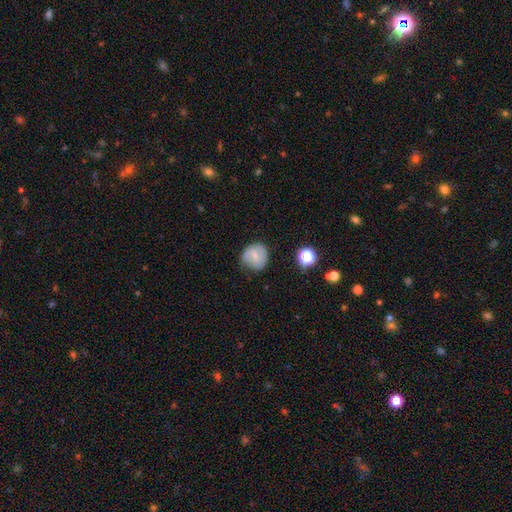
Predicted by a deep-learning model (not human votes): Q: Smooth or featured?
A: smooth (60%); runner-up: featured or disk (31%)
Q: How rounded?
A: round (84%); runner-up: in between (15%)
Q: Merging?
A: none (68%); runner-up: minor disturbance (24%)